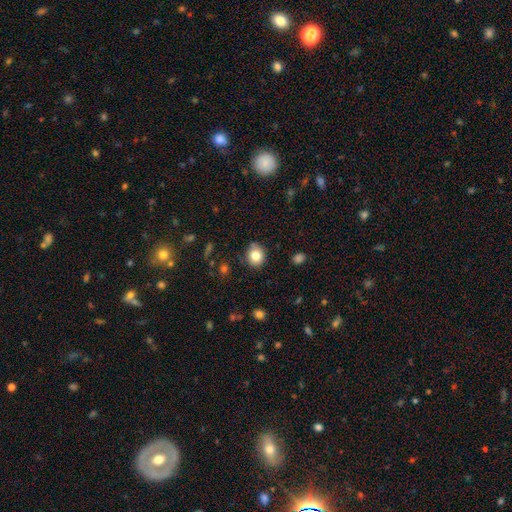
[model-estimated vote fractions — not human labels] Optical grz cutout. It shows a smooth galaxy with no disk features (80%) that is round (74%). Merging: none (81%).